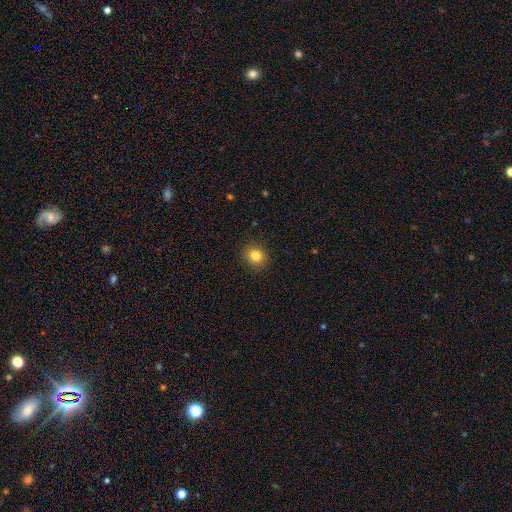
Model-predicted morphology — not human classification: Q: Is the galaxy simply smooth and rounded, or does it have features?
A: smooth — 83%.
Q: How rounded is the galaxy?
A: round — 77%.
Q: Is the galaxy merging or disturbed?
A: none — 90%.